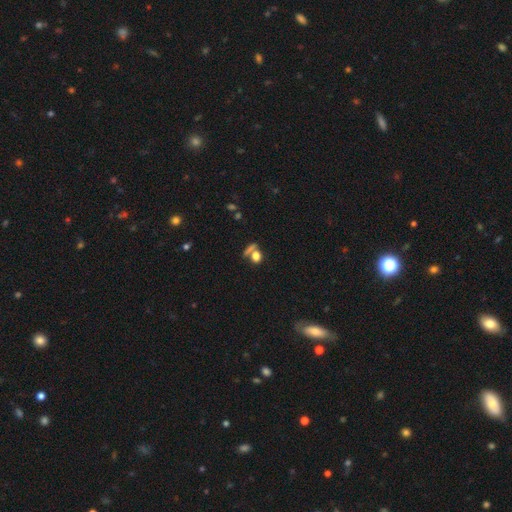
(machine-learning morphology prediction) Smooth or featured? smooth (72%)
How rounded? round (68%)
Merging? none (55%)